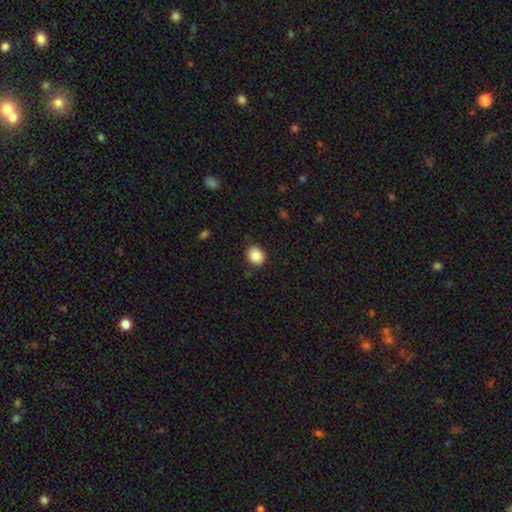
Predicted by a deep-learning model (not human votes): Smooth or featured?
  - smooth: 87% *
  - star or artifact: 9%
  - featured or disk: 5%
How rounded?
  - round: 69% *
  - in between: 30%
  - cigar-shaped: 1%
Merging?
  - none: 87% *
  - minor disturbance: 10%
  - major disturbance: 2%
  - merger: 1%